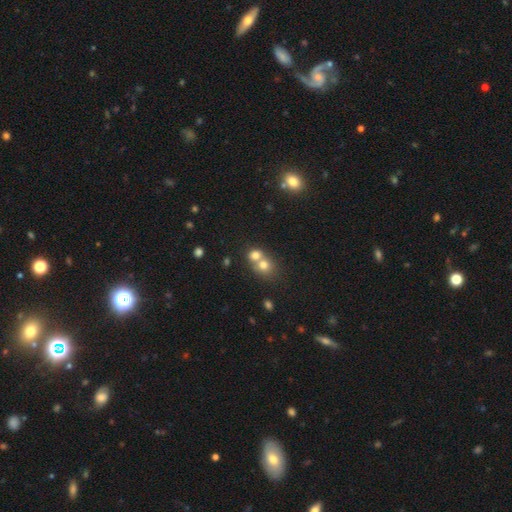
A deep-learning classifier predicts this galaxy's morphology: This is likely a smooth galaxy (72%). How rounded: likely round (71%). Merging: likely merger (64%).